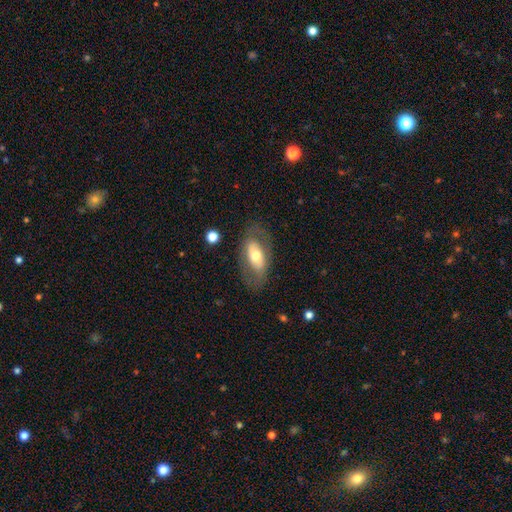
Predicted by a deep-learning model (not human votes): Smooth or featured?
  - featured or disk: 47% *
  - smooth: 46%
  - star or artifact: 6%
Merging?
  - none: 74% *
  - minor disturbance: 15%
  - major disturbance: 9%
  - merger: 1%